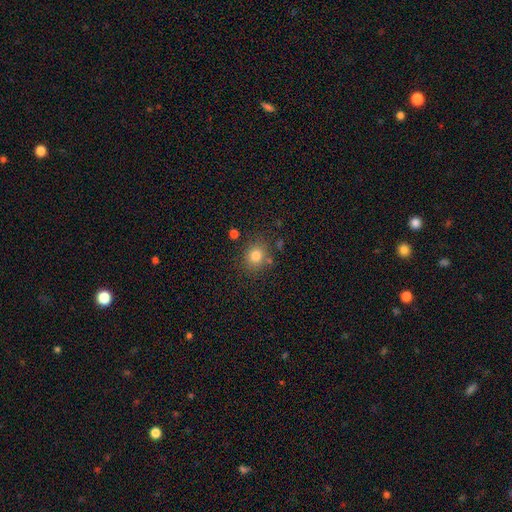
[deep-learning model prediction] A smooth galaxy with no disk features (79%) that is round (78%). Merging: none (80%).